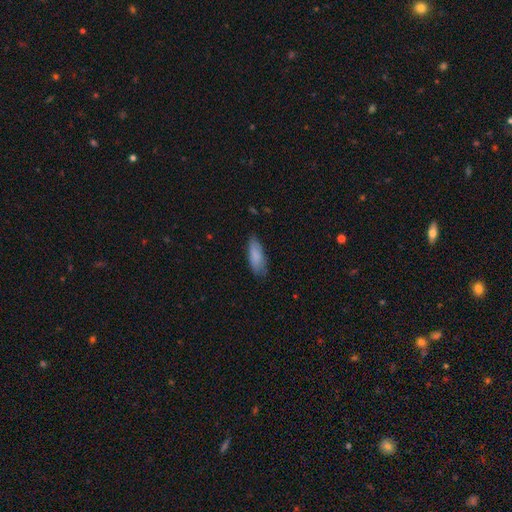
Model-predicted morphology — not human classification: type=smooth (85%); roundness=in between (66%); merging=none (75%).